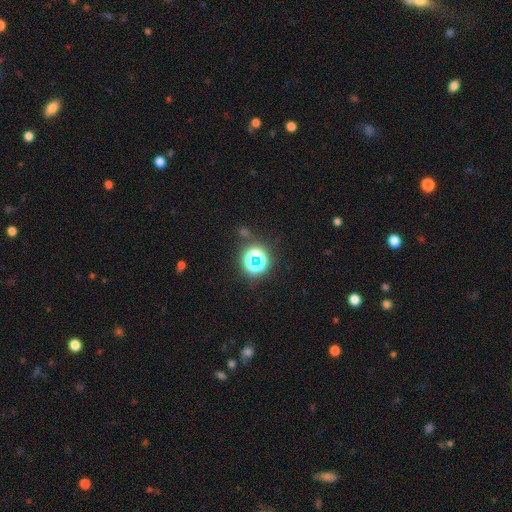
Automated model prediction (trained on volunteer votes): Morphology: type=star or artifact (66%).